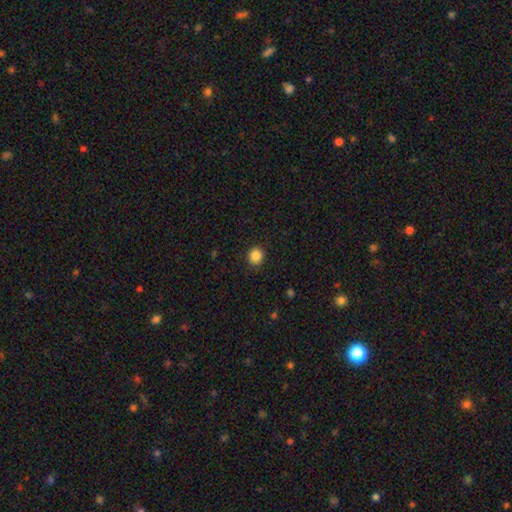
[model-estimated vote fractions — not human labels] A smooth galaxy with no disk features (86%) that is round (86%).

Vote fractions:
- Smooth or featured? smooth: 86% / star or artifact: 11% / featured or disk: 4%
- How rounded? round: 86% / in between: 13% / cigar-shaped: 1%
- Merging? none: 90% / minor disturbance: 7% / major disturbance: 2% / merger: 1%